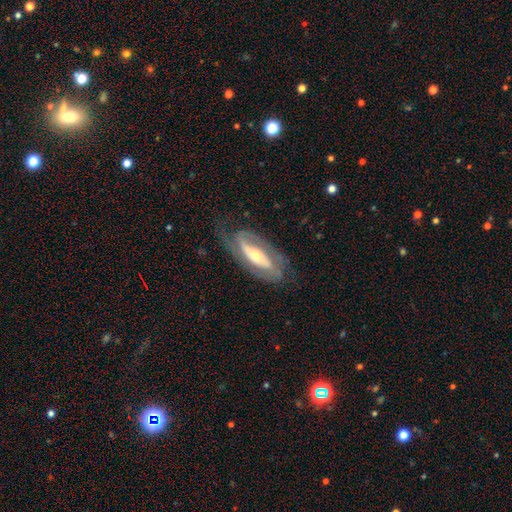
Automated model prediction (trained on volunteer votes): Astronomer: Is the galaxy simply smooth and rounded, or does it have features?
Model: featured or disk — 79%.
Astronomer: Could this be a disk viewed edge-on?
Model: no — 87%.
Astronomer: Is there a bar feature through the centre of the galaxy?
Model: no — 41% (runner-up: strong, 34%).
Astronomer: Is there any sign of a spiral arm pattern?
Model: yes — 81%.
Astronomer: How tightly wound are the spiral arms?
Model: tight — 44% (runner-up: medium, 37%).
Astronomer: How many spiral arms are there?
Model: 2 — 69%.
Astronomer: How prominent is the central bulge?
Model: moderate — 58% (runner-up: small, 33%).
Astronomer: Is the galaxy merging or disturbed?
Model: none — 68%.